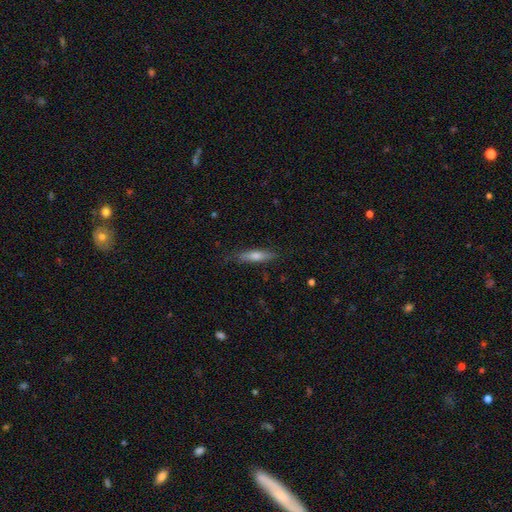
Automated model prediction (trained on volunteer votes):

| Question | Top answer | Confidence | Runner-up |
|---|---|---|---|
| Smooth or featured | smooth | 53% | featured or disk (40%) |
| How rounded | cigar-shaped | 85% | in between (13%) |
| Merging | none | 80% | minor disturbance (16%) |